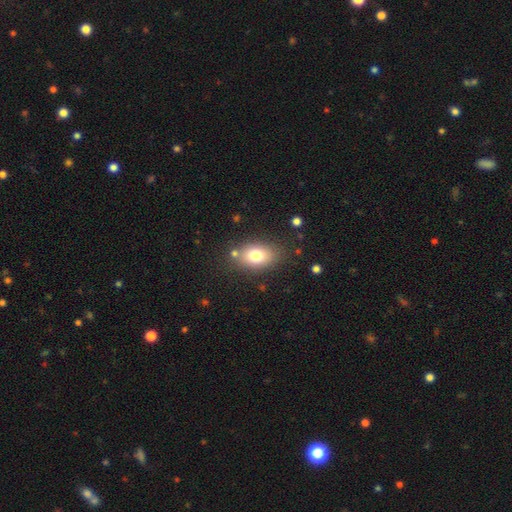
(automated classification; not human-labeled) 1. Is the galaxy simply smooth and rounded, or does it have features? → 77% smooth, 13% featured or disk, 10% star or artifact.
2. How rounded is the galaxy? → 81% in between, 18% round, 2% cigar-shaped.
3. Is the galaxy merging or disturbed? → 77% none, 13% minor disturbance, 6% merger, 4% major disturbance.